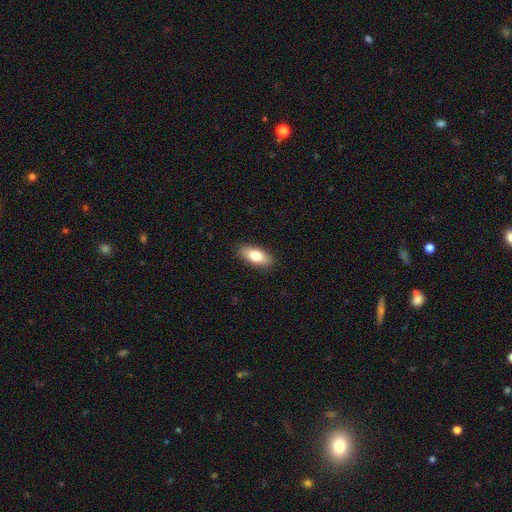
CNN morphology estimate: The model was most divided on "smooth or featured": smooth: 78%, featured or disk: 16%, star or artifact: 7%. More confident: merging — none (88%); how rounded — in between (86%).